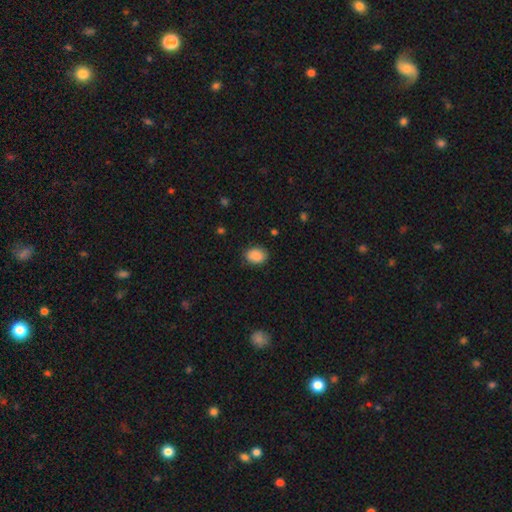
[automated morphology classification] smooth-or-featured: smooth: 89% | star or artifact: 8% | featured or disk: 4%
  how-rounded: in between: 65% | round: 34% | cigar-shaped: 1%
  merging: none: 84% | minor disturbance: 12% | major disturbance: 3% | merger: 1%